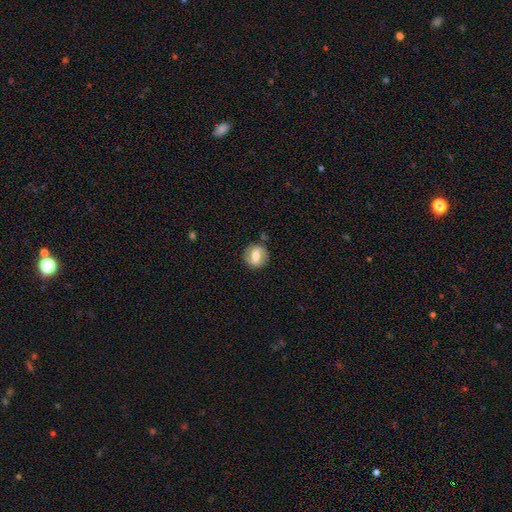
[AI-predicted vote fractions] This is possibly a featured or disk galaxy (52%). It is clearly not viewed edge-on (94%). Merging: clearly none (80%).